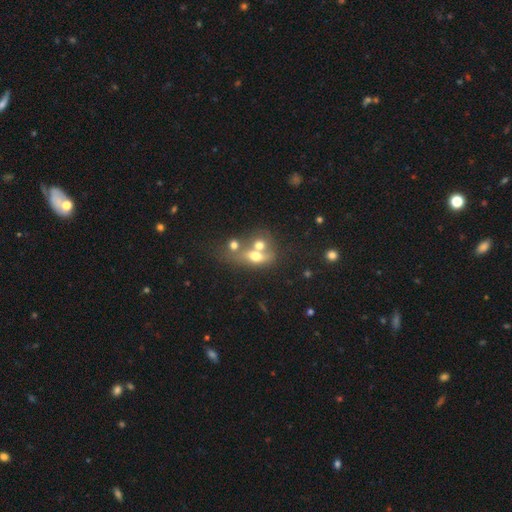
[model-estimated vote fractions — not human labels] Smooth or featured? Predicted: smooth (p=0.59). How rounded? Predicted: in between (p=0.54). Merging? Predicted: merger (p=0.62).